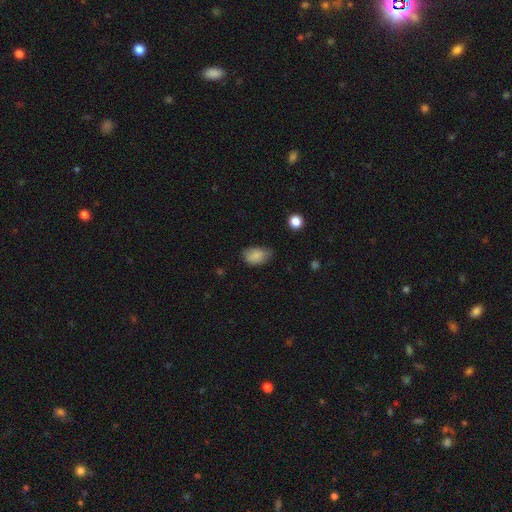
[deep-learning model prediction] Overall: smooth (85%). How rounded: in between (89%). Merging: none (60%; minor disturbance 32%).